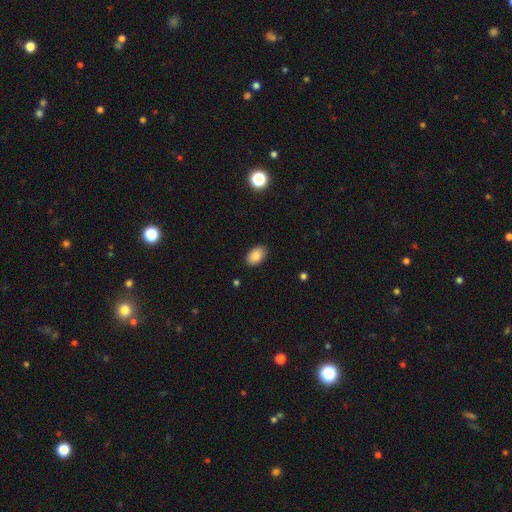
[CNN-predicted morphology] The model was most divided on "merging": none: 88%, minor disturbance: 9%, major disturbance: 2%, merger: 1%. More confident: how rounded — in between (91%); smooth or featured — smooth (88%).